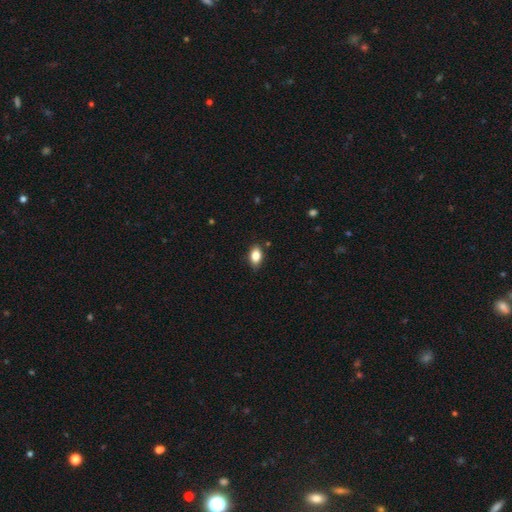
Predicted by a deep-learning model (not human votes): The model was most divided on "merging": none: 84%, minor disturbance: 13%, major disturbance: 2%, merger: 1%. More confident: how rounded — in between (87%); smooth or featured — smooth (84%).